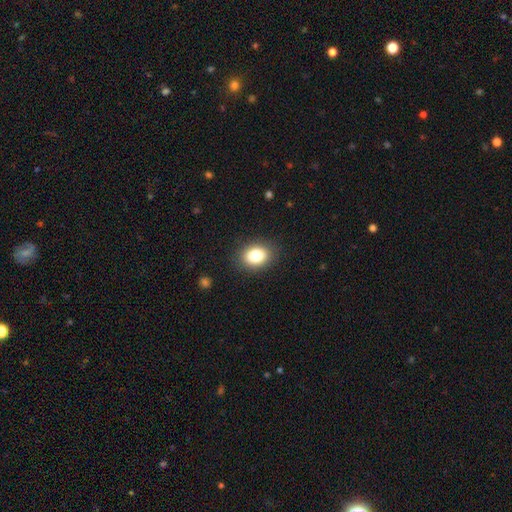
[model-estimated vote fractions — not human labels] smooth-or-featured: smooth: 83% | star or artifact: 9% | featured or disk: 8%
  how-rounded: in between: 64% | round: 35% | cigar-shaped: 1%
  merging: none: 87% | minor disturbance: 9% | major disturbance: 3% | merger: 1%